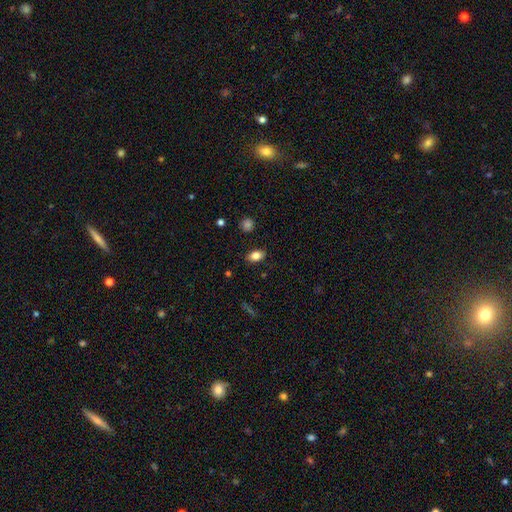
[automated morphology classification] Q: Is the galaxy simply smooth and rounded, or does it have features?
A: smooth — 83%.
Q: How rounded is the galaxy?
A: in between — 84%.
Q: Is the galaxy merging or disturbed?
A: none — 86%.